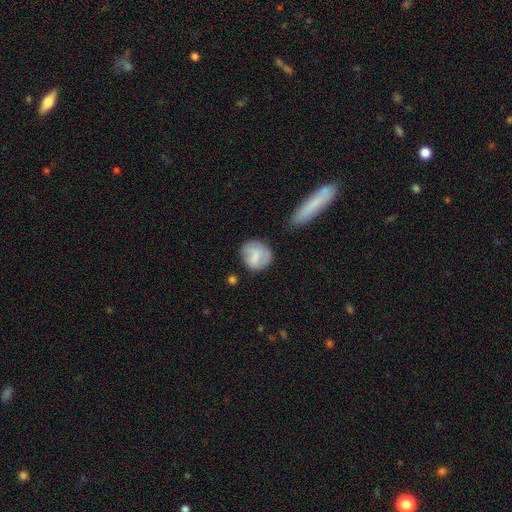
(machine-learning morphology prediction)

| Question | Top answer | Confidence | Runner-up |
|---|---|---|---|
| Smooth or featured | smooth | 69% | featured or disk (24%) |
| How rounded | round | 75% | in between (24%) |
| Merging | none | 62% | minor disturbance (25%) |